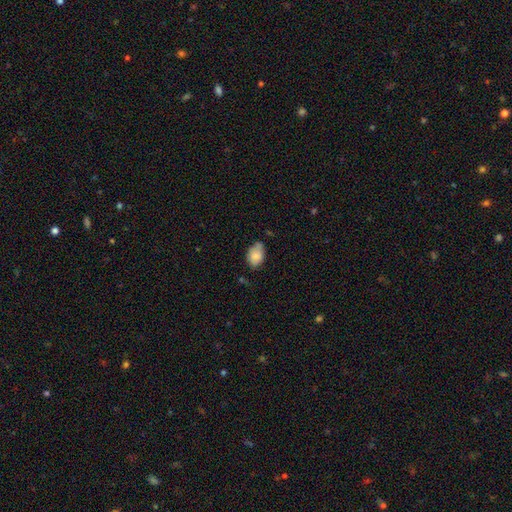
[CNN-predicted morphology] type=smooth (77%); roundness=in between (84%); merging=none (55%).